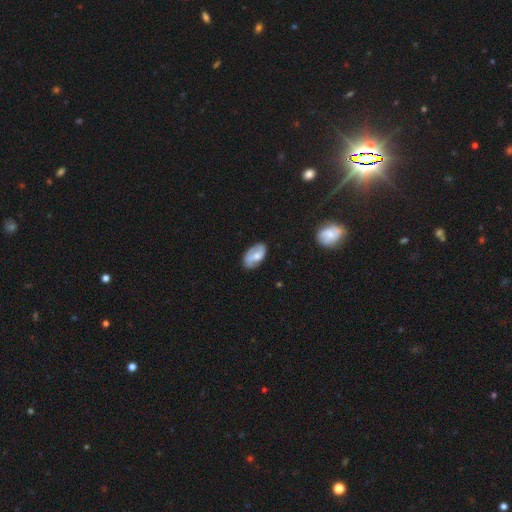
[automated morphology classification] smooth_or_featured: featured or disk (p=0.55) [alt: smooth p=0.38]
disk_edge_on: no (p=0.95) [alt: yes p=0.05]
bar: no (p=0.55) [alt: weak p=0.37]
has_spiral_arms: yes (p=0.80) [alt: no p=0.20]
bulge_size: moderate (p=0.53) [alt: small p=0.28]
merging: none (p=0.67) [alt: minor disturbance p=0.24]